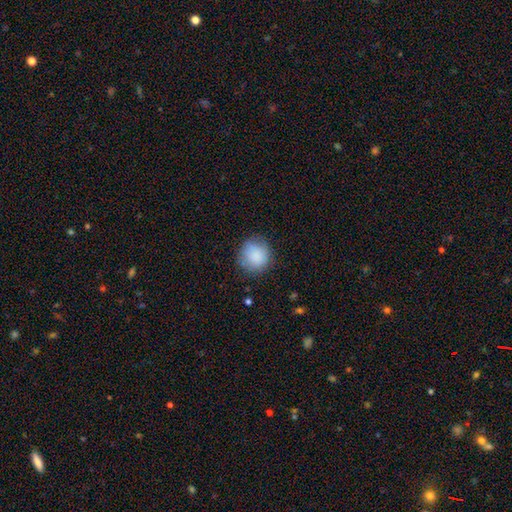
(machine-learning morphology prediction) type=smooth (86%); roundness=round (88%); merging=none (78%).